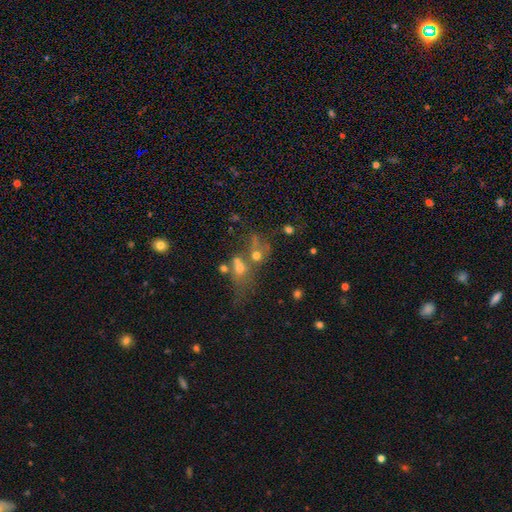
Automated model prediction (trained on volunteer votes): This appears to be a smooth galaxy with no disk features (42%). Merging: merger (49%).